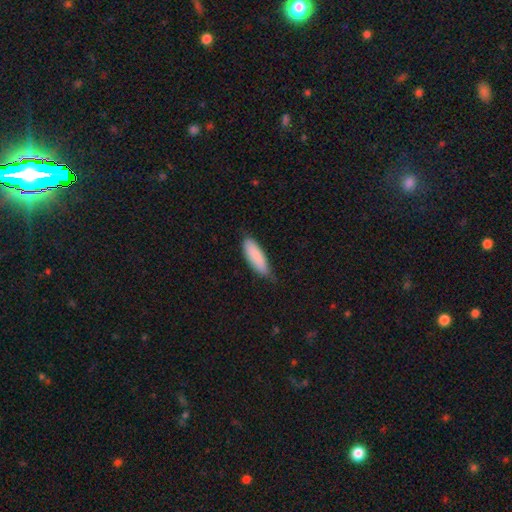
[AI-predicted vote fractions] Overall: smooth (87%). How rounded: in between (56%; cigar-shaped 43%). Merging: none (64%; minor disturbance 30%).